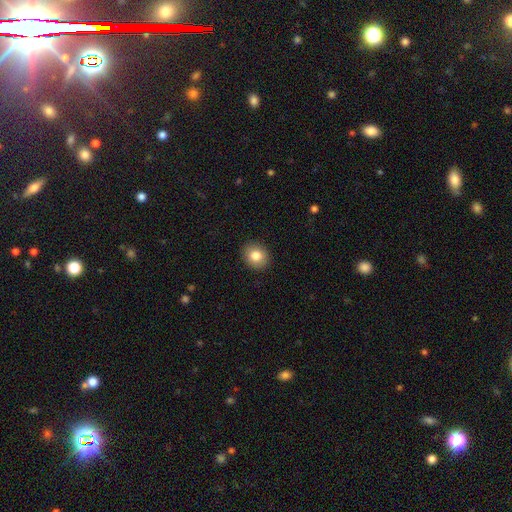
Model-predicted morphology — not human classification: This is clearly a smooth galaxy (83%). How rounded: likely round (70%). Merging: clearly none (91%).